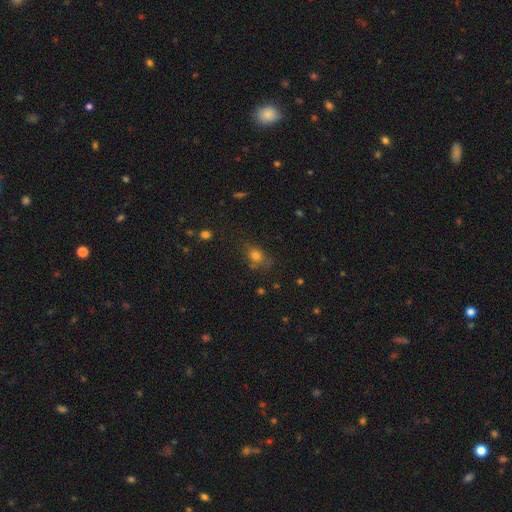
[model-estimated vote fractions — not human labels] Smooth or featured: smooth — 72% (star or artifact — 18%)
How rounded: round — 49% (in between — 48%)
Merging: none — 65% (minor disturbance — 21%)